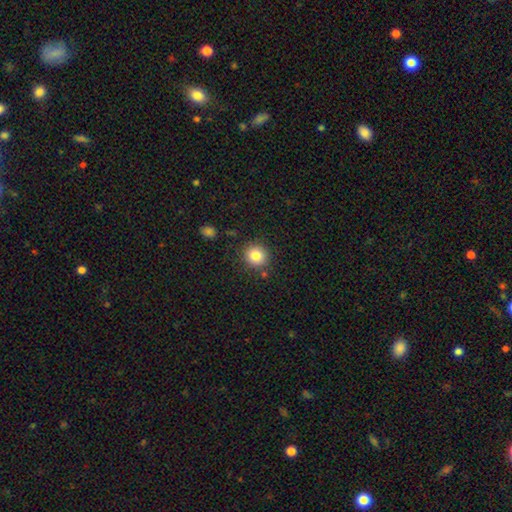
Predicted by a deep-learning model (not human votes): This is clearly a smooth galaxy (83%). How rounded: clearly round (91%). Merging: clearly none (86%).